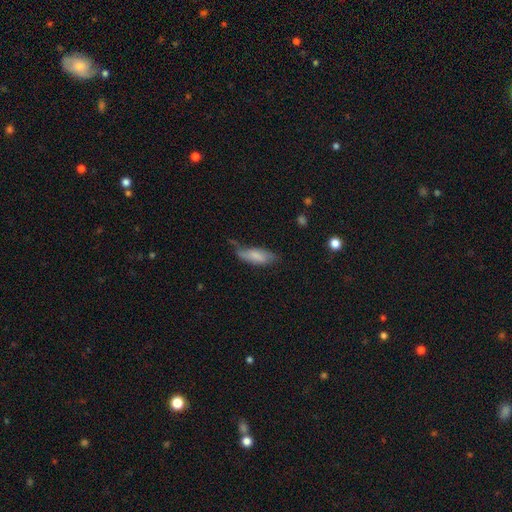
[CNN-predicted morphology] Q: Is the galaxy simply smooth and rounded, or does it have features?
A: smooth — 67%.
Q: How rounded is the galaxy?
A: in between — 73%.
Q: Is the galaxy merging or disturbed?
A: none — 40%.